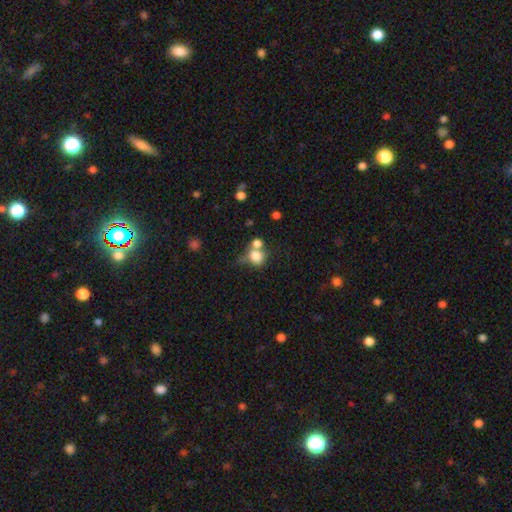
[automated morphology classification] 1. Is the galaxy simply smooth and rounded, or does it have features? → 79% smooth, 11% star or artifact, 10% featured or disk.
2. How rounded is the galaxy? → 71% round, 28% in between, 1% cigar-shaped.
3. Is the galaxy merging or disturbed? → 41% merger, 37% none, 13% minor disturbance, 9% major disturbance.